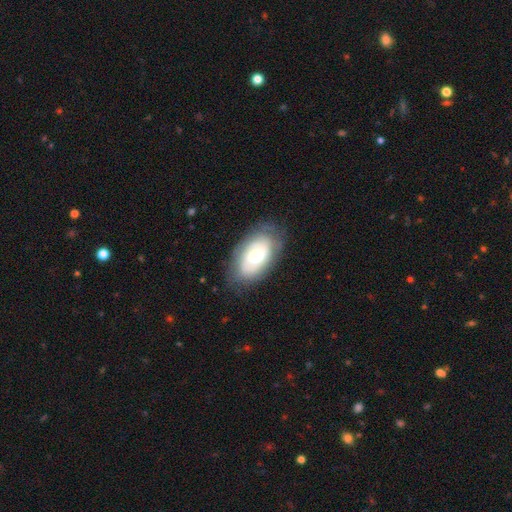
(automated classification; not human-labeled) smooth-or-featured: featured or disk: 60% | smooth: 33% | star or artifact: 7%
  disk-edge-on: no: 93% | yes: 7%
    bar: no: 60% | weak: 32% | strong: 9%
    has-spiral-arms: yes: 75% | no: 25%
    bulge-size: moderate: 60% | small: 21% | large: 15% | dominant: 2% | none: 2%
  merging: none: 75% | minor disturbance: 17% | major disturbance: 6% | merger: 1%